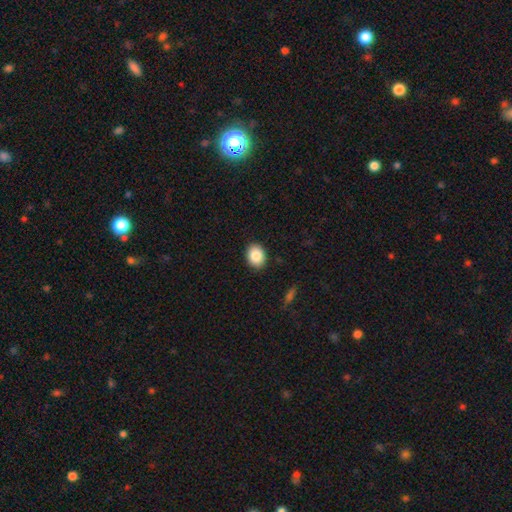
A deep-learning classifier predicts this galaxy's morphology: A smooth galaxy with no disk features (86%) that is in between round and cigar-shaped (59%). Merging: none (90%).